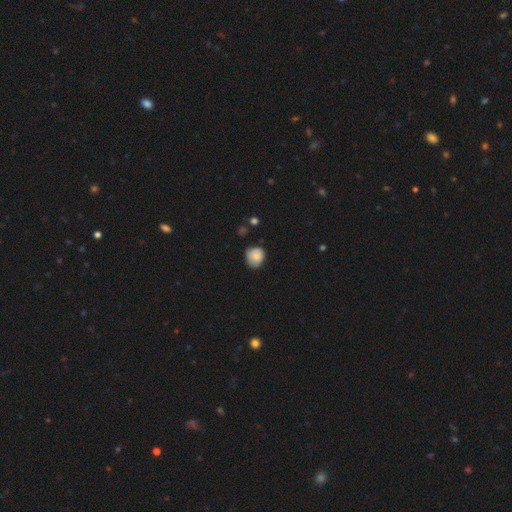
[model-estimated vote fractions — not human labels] The model was most divided on "merging": none: 69%, minor disturbance: 25%, major disturbance: 4%, merger: 2%. More confident: smooth or featured — smooth (84%); how rounded — round (81%).